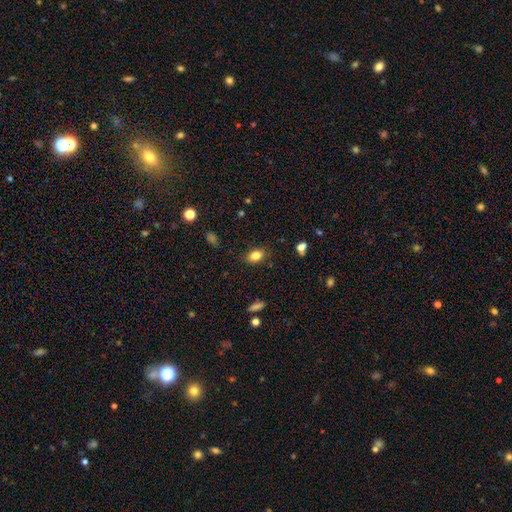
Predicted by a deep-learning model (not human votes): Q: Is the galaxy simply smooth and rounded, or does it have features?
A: smooth — 83%.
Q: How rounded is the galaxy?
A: in between — 77%.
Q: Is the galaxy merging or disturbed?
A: none — 82%.